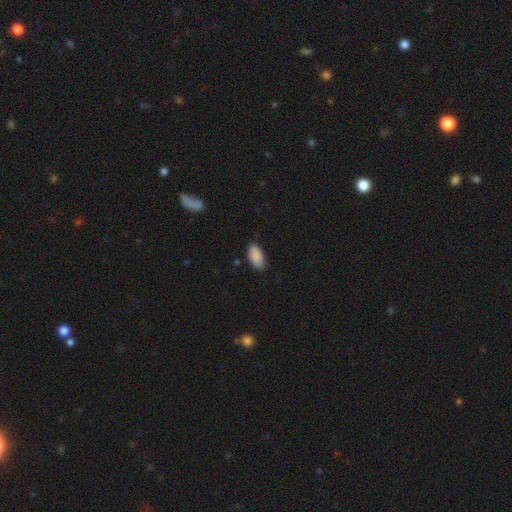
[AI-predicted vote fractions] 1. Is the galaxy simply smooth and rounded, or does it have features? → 89% smooth, 7% star or artifact, 4% featured or disk.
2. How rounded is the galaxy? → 94% in between, 3% cigar-shaped, 3% round.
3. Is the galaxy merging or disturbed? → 78% none, 18% minor disturbance, 3% major disturbance, 1% merger.